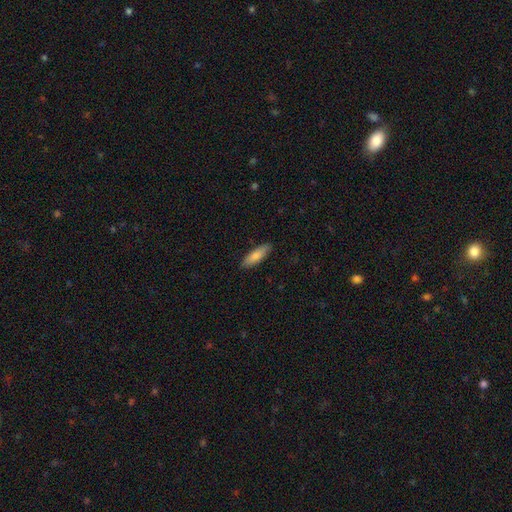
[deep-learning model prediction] This is clearly a smooth galaxy (83%). How rounded: possibly cigar-shaped (50%). Merging: clearly none (87%).